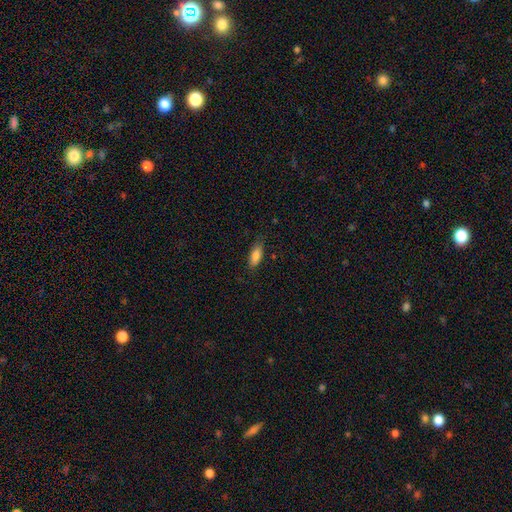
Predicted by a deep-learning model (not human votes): A smooth galaxy with no disk features (83%) that is in between round and cigar-shaped (72%).

Vote fractions:
- Smooth or featured? smooth: 83% / featured or disk: 10% / star or artifact: 7%
- How rounded? in between: 72% / cigar-shaped: 26% / round: 2%
- Merging? none: 79% / minor disturbance: 17% / major disturbance: 3% / merger: 1%